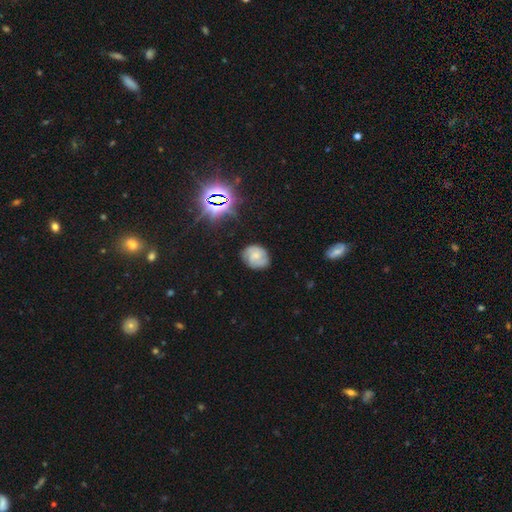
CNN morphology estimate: This is possibly a featured or disk galaxy (45%). Merging: likely none (76%).